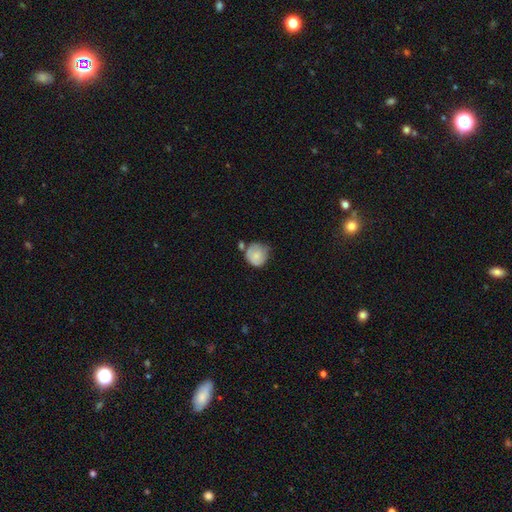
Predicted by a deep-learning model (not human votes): This is likely a smooth galaxy (77%). How rounded: clearly round (86%). Merging: possibly none (49%).